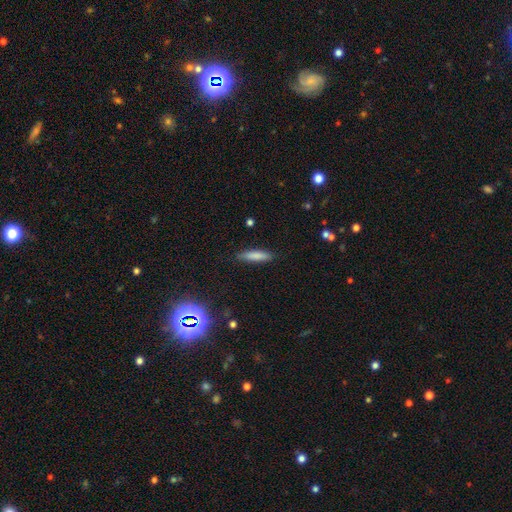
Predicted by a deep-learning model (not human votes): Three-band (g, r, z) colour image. It shows a smooth galaxy with no disk features (80%) that is cigar-shaped (77%). Merging: none (86%).